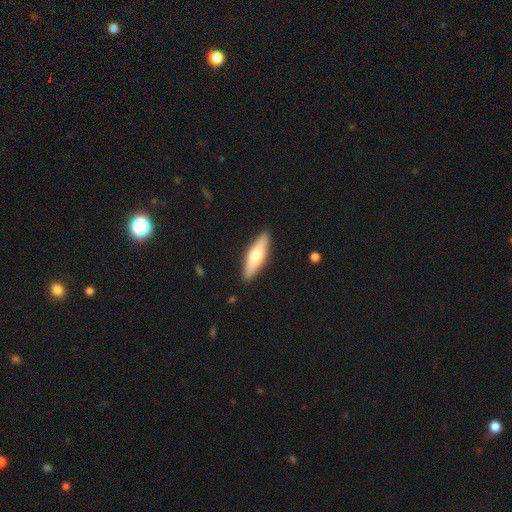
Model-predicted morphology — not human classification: type=smooth (64%); roundness=cigar-shaped (61%); merging=none (89%).